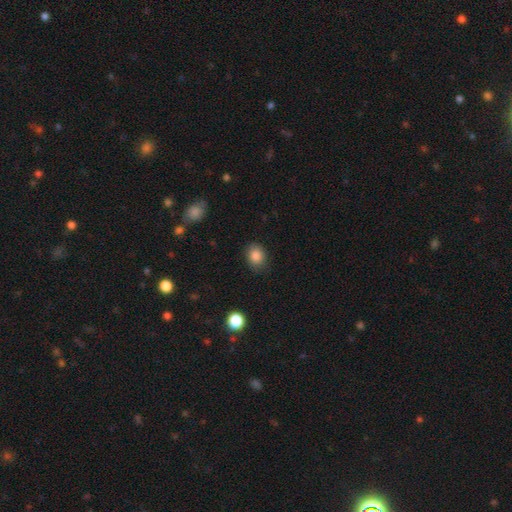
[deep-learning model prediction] smooth-or-featured: smooth: 86% | star or artifact: 9% | featured or disk: 5%
  how-rounded: in between: 52% | round: 47% | cigar-shaped: 1%
  merging: none: 82% | minor disturbance: 13% | major disturbance: 3% | merger: 1%